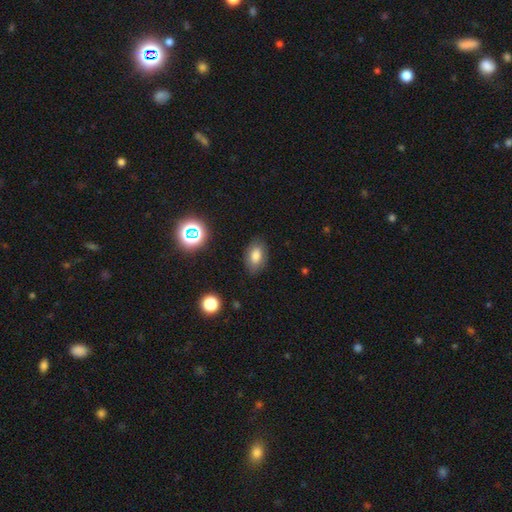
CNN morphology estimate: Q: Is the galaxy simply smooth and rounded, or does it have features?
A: smooth — 78%.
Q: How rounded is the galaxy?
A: in between — 89%.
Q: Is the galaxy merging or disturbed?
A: none — 81%.